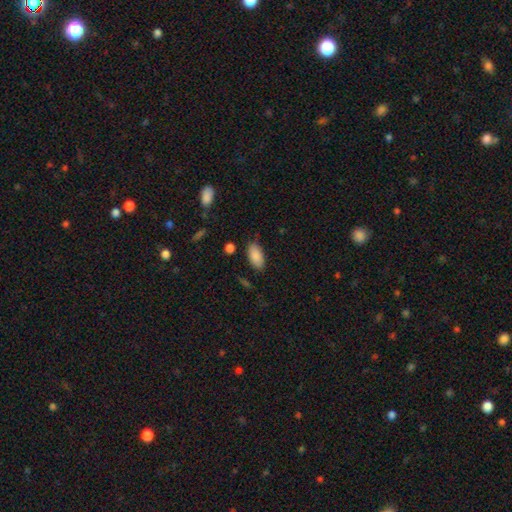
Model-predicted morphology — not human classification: Smooth or featured?
  - smooth: 88% *
  - star or artifact: 7%
  - featured or disk: 5%
How rounded?
  - in between: 92% *
  - cigar-shaped: 6%
  - round: 2%
Merging?
  - none: 82% *
  - minor disturbance: 13%
  - major disturbance: 3%
  - merger: 2%